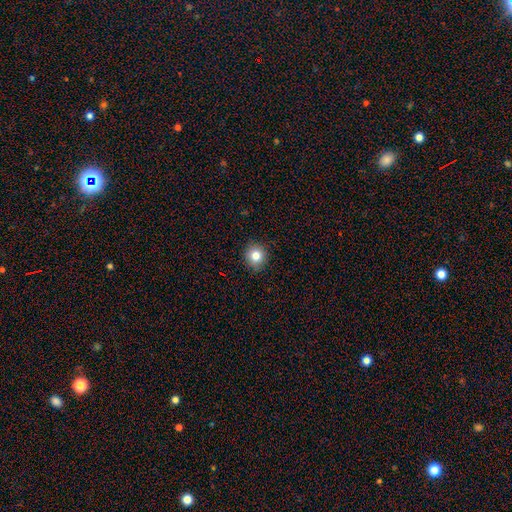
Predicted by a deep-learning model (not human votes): Smooth or featured?
  - smooth: 80% *
  - star or artifact: 11%
  - featured or disk: 8%
How rounded?
  - round: 88% *
  - in between: 11%
  - cigar-shaped: 1%
Merging?
  - none: 90% *
  - minor disturbance: 7%
  - major disturbance: 2%
  - merger: 1%